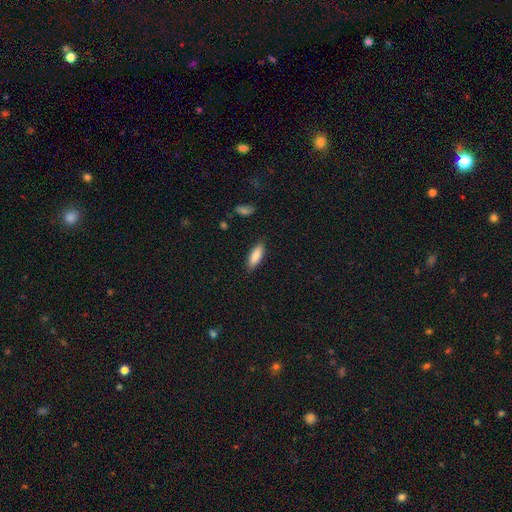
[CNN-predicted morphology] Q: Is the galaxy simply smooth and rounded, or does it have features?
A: smooth — 85%.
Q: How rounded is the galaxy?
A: in between — 63%.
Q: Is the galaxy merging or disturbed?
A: none — 86%.